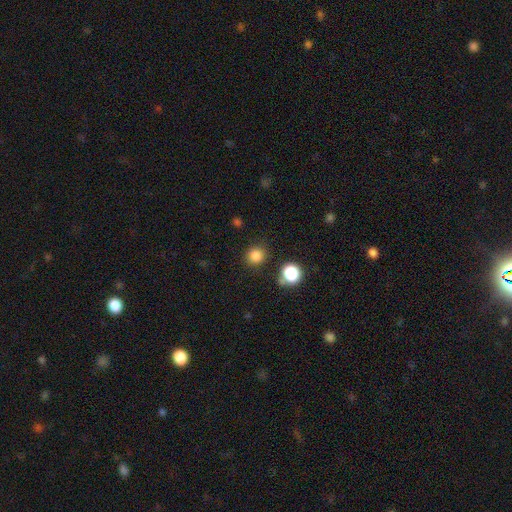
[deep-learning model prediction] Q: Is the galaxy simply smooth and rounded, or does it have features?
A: smooth — 83%.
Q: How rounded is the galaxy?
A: round — 88%.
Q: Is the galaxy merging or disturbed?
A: none — 84%.